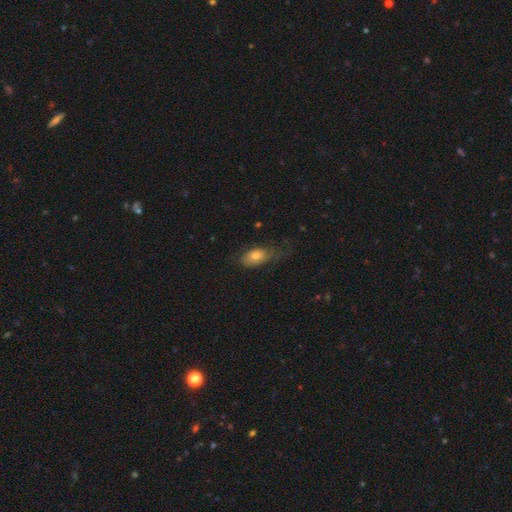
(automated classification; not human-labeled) smooth 72%, featured or disk 20%, star or artifact 8%. Down the decision tree: how rounded — in between (86%); merging — none (47%).